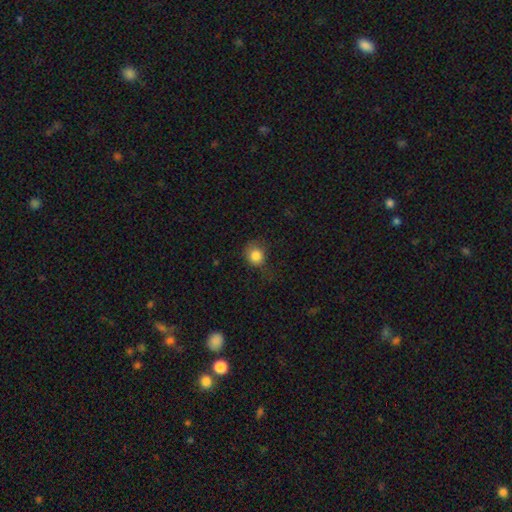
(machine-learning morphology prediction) This appears to be a smooth galaxy with no disk features (84%) that is round (81%). Merging: none (60%).